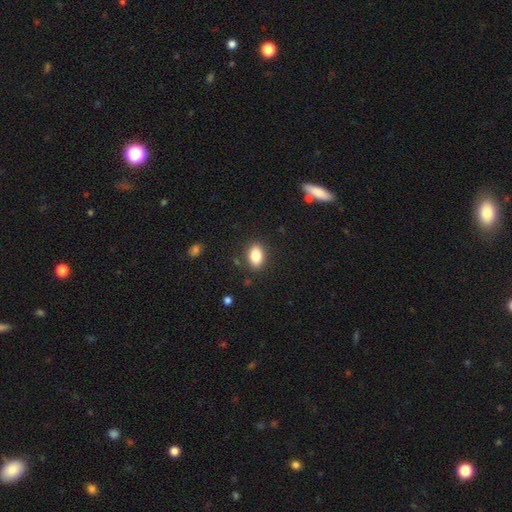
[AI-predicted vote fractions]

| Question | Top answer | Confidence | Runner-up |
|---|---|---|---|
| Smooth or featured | smooth | 85% | star or artifact (8%) |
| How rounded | in between | 86% | round (12%) |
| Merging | none | 86% | minor disturbance (10%) |